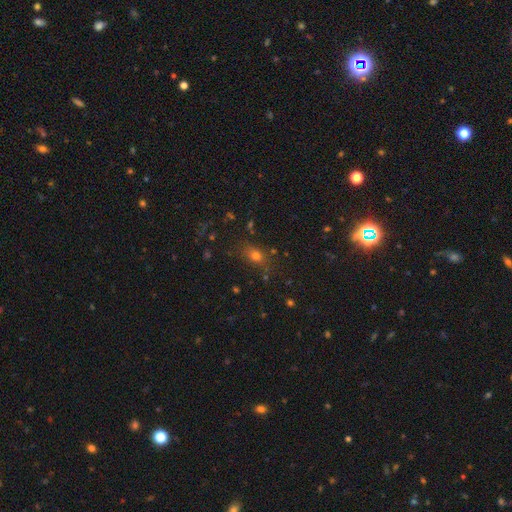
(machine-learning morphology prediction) Overall: smooth (68%). How rounded: in between (55%; round 41%). Merging: none (76%).